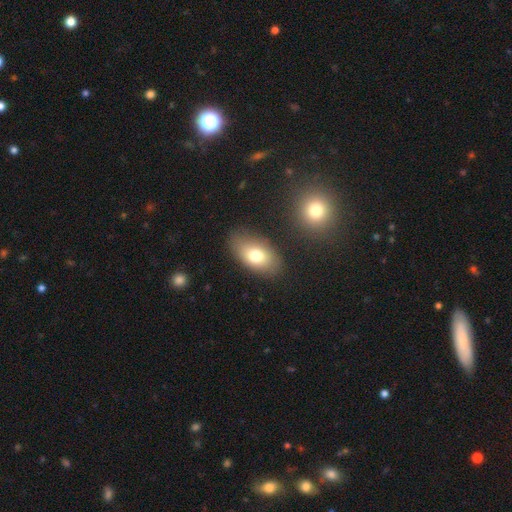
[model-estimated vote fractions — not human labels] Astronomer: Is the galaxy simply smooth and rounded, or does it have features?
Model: smooth — 74%.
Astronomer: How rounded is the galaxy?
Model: in between — 90%.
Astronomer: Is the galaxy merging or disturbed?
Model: none — 78%.